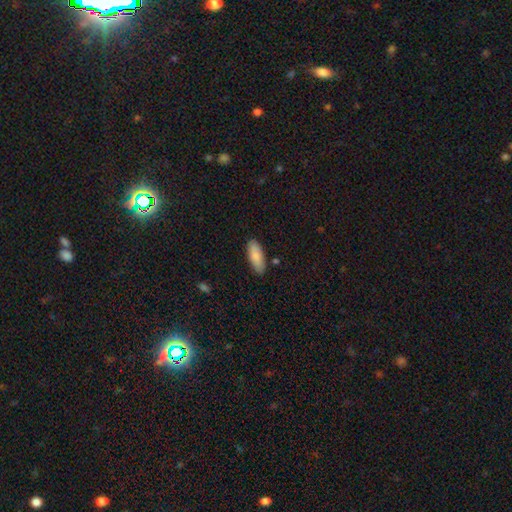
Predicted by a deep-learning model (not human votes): smooth-or-featured: smooth: 84% | featured or disk: 10% | star or artifact: 6%
  how-rounded: in between: 77% | cigar-shaped: 21% | round: 2%
  merging: none: 84% | minor disturbance: 12% | merger: 2% | major disturbance: 2%